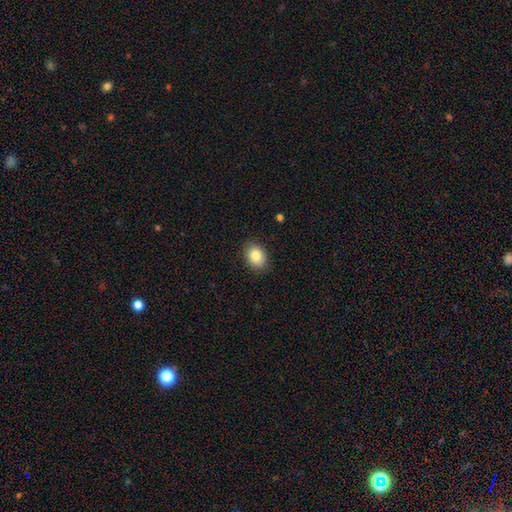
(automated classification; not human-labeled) Smooth or featured? Predicted: smooth (p=0.85). How rounded? Predicted: in between (p=0.65). Merging? Predicted: none (p=0.87).